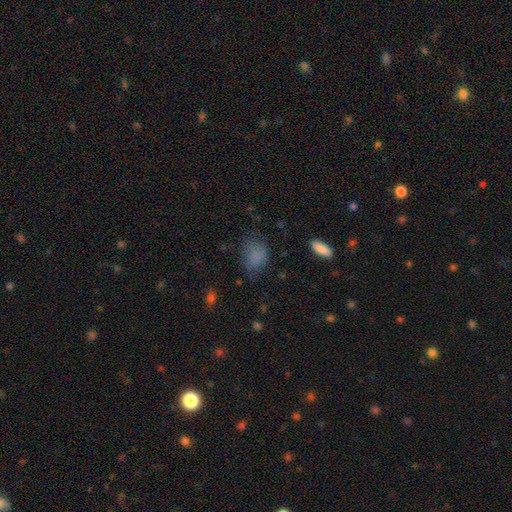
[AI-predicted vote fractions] A smooth galaxy with no disk features (80%) that is in between round and cigar-shaped (66%). Merging: none (58%).